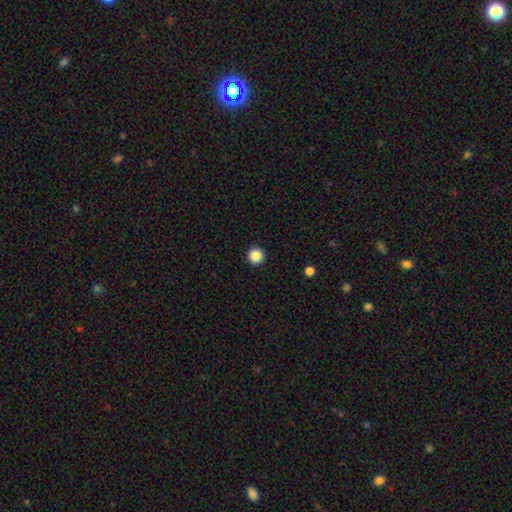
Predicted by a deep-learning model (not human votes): smooth 87%, star or artifact 10%, featured or disk 3%. Down the decision tree: how rounded — round (97%); merging — none (93%).